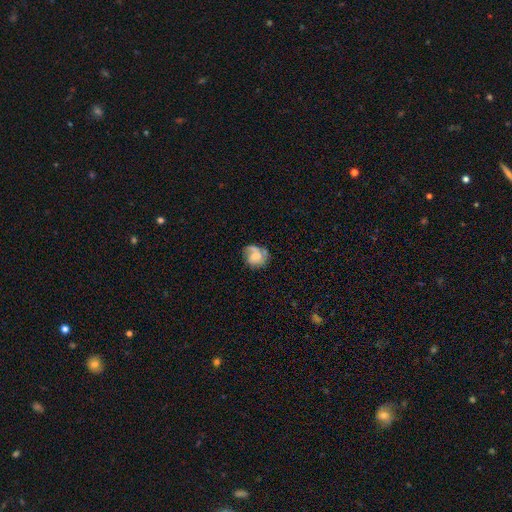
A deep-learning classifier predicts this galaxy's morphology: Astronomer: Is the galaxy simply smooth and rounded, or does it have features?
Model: featured or disk — 54% (runner-up: smooth, 37%).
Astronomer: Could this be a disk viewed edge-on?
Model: no — 98%.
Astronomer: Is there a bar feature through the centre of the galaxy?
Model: no — 66%.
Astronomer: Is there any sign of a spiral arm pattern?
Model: yes — 81%.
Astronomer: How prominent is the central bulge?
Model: small — 37% (runner-up: moderate, 33%).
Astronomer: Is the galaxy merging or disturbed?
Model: none — 54%.